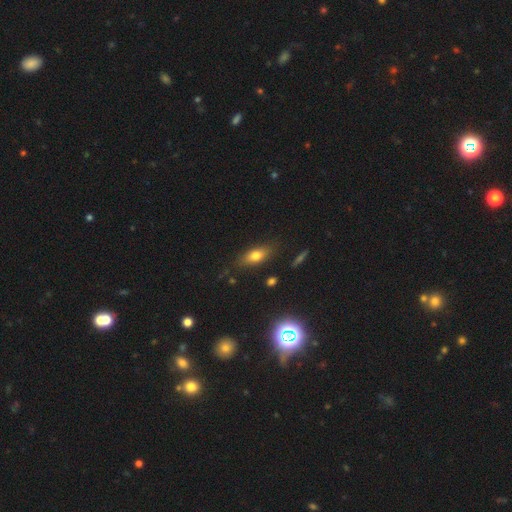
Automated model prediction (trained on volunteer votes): smooth 73%, featured or disk 17%, star or artifact 11%. Down the decision tree: how rounded — in between (76%); merging — none (80%).